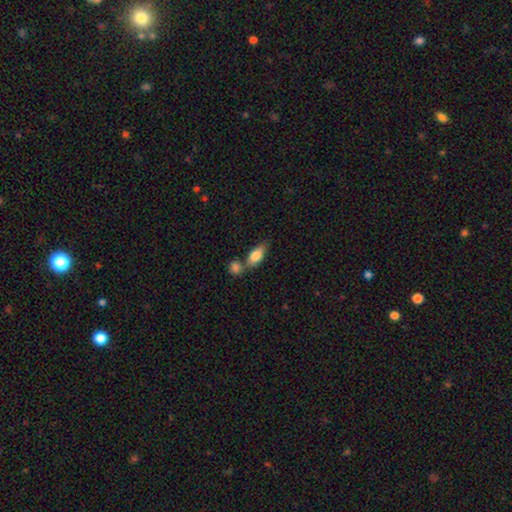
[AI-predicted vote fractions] Smooth or featured?
  - smooth: 79% *
  - featured or disk: 14%
  - star or artifact: 7%
How rounded?
  - in between: 80% *
  - cigar-shaped: 14%
  - round: 5%
Merging?
  - none: 47% *
  - merger: 34%
  - minor disturbance: 14%
  - major disturbance: 5%